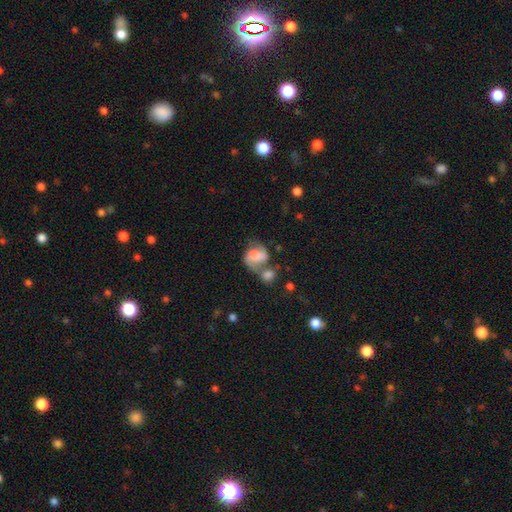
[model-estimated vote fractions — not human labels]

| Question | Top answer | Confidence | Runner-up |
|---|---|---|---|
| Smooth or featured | featured or disk | 61% | smooth (31%) |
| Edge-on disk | no | 97% | yes (3%) |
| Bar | weak | 45% | no (31%) |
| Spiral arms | yes | 86% | no (14%) |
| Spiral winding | medium | 48% | loose (37%) |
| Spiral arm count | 2 | 87% | can't tell (5%) |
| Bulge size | moderate | 47% | small (23%) |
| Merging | none | 38% | merger (37%) |